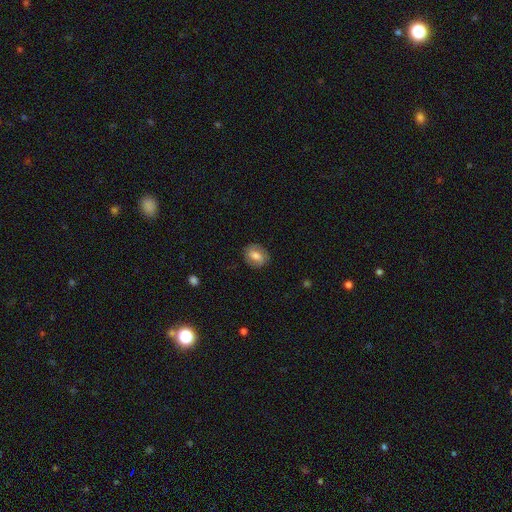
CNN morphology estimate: Smooth or featured: smooth — 67% (featured or disk — 24%)
How rounded: in between — 53% (round — 45%)
Merging: none — 82% (minor disturbance — 13%)